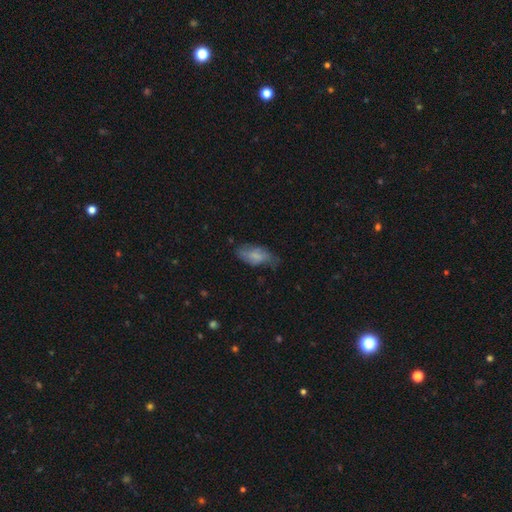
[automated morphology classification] This is likely a smooth galaxy (70%). How rounded: clearly in between (89%). Merging: possibly none (51%).